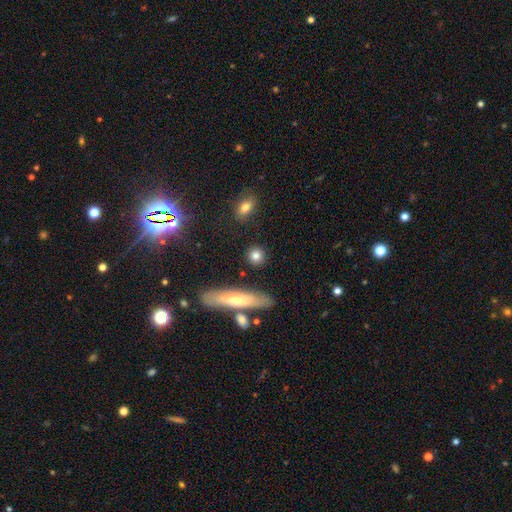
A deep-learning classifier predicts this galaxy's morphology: Overall: smooth (81%). How rounded: round (83%). Merging: none (86%).